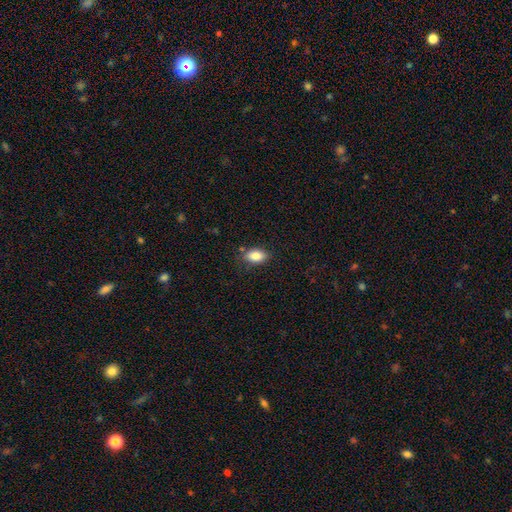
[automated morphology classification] Smooth or featured? smooth (84%)
How rounded? in between (88%)
Merging? none (81%)